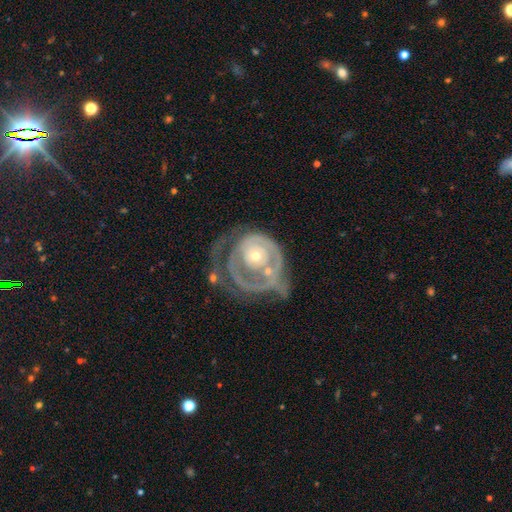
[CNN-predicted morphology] A featured or disk galaxy (79%) with no bar (83%), tight (69%) spiral arms (68%) and a small central bulge (60%). Merging: major disturbance (34%).